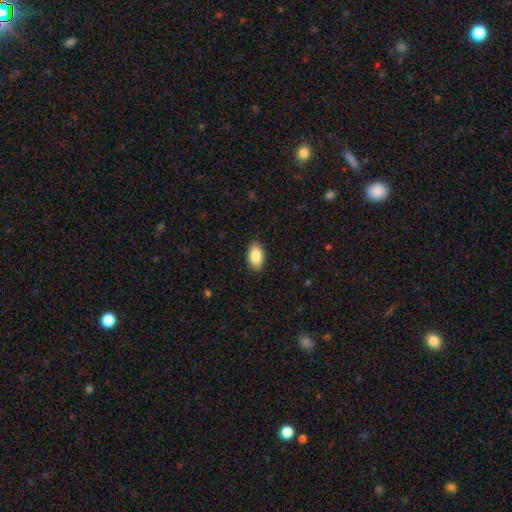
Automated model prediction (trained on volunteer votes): This appears to be a smooth galaxy with no disk features (87%) that is in between round and cigar-shaped (94%). Merging: none (89%).